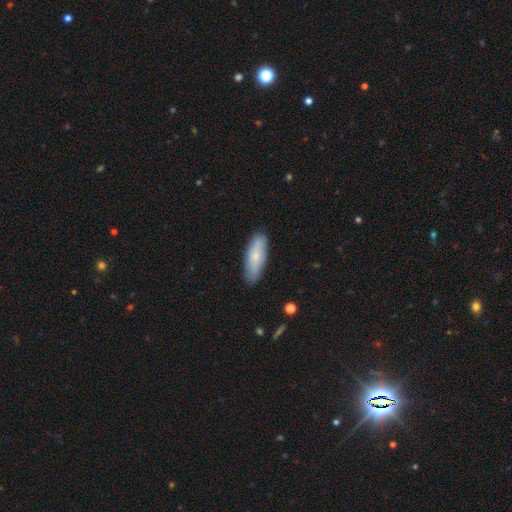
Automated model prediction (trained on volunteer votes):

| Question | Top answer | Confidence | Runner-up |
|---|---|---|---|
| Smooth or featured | smooth | 68% | featured or disk (27%) |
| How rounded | in between | 65% | cigar-shaped (33%) |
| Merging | none | 83% | minor disturbance (13%) |